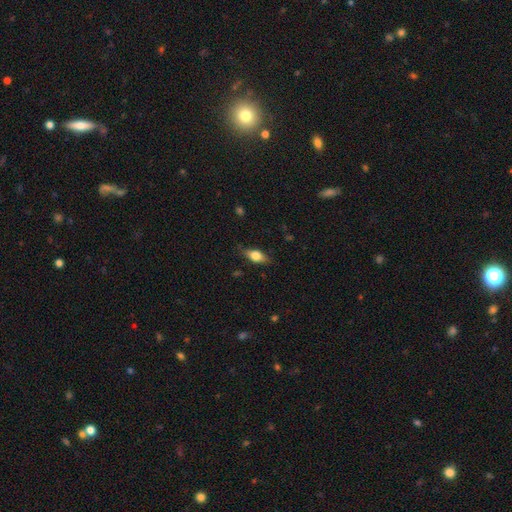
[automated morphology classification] Smooth or featured?
  - smooth: 70% *
  - featured or disk: 23%
  - star or artifact: 7%
How rounded?
  - in between: 80% *
  - cigar-shaped: 13%
  - round: 7%
Merging?
  - none: 78% *
  - minor disturbance: 17%
  - major disturbance: 4%
  - merger: 1%